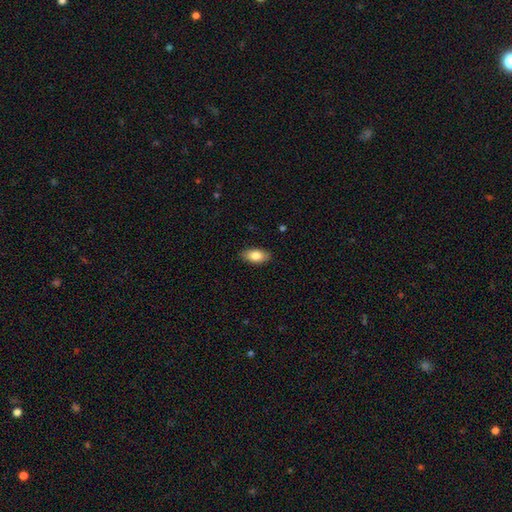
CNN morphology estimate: Smooth or featured? Predicted: smooth (p=0.83). How rounded? Predicted: in between (p=0.91). Merging? Predicted: none (p=0.88).